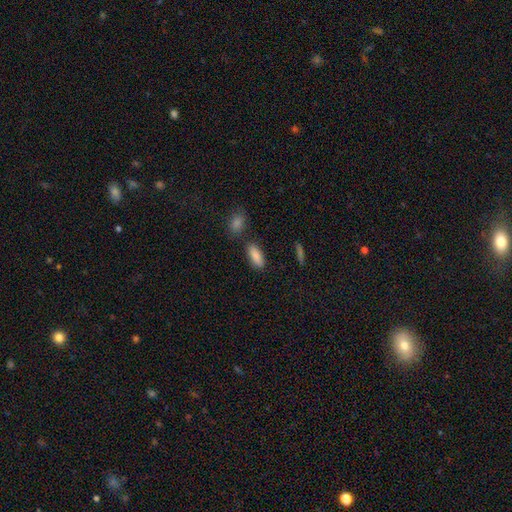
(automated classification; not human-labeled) Q: Smooth or featured?
A: smooth (87%); runner-up: star or artifact (7%)
Q: How rounded?
A: in between (75%); runner-up: cigar-shaped (23%)
Q: Merging?
A: none (77%); runner-up: minor disturbance (12%)